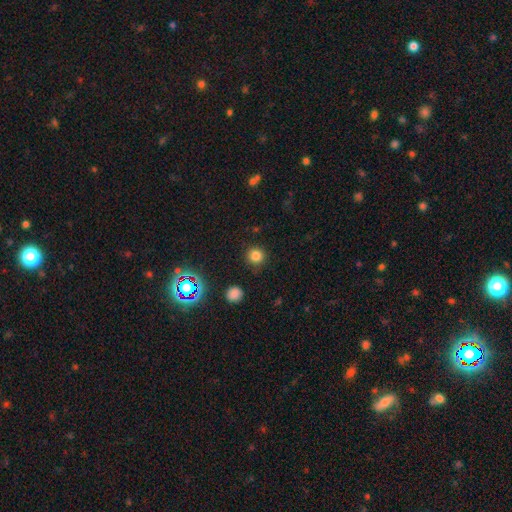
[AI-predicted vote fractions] Smooth or featured?
  - smooth: 79% *
  - star or artifact: 16%
  - featured or disk: 5%
How rounded?
  - round: 94% *
  - in between: 5%
  - cigar-shaped: 1%
Merging?
  - none: 88% *
  - minor disturbance: 7%
  - major disturbance: 3%
  - merger: 2%